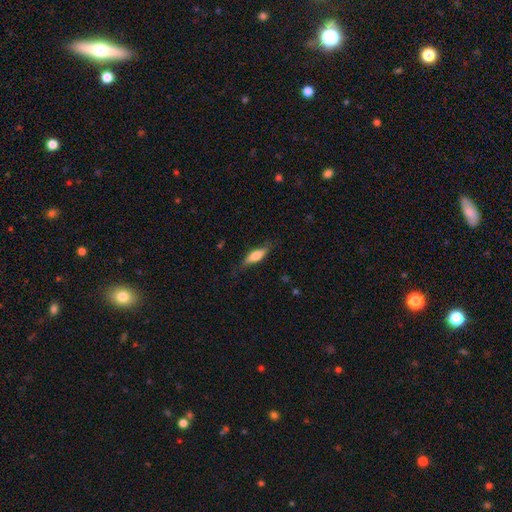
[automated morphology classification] Smooth or featured?
  - smooth: 65% *
  - featured or disk: 29%
  - star or artifact: 6%
How rounded?
  - in between: 53% *
  - cigar-shaped: 44%
  - round: 3%
Merging?
  - none: 72% *
  - minor disturbance: 21%
  - major disturbance: 6%
  - merger: 1%